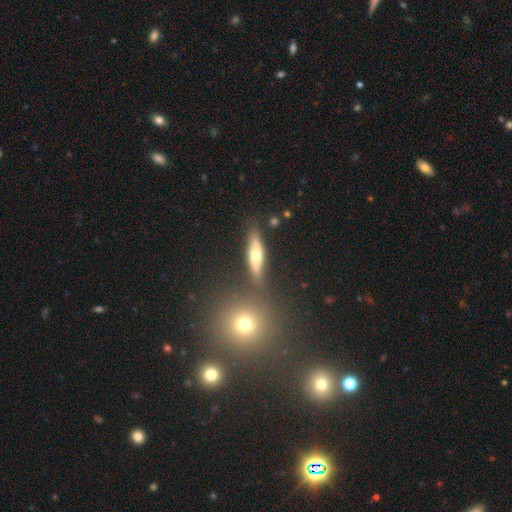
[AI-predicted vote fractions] smooth_or_featured: featured or disk (p=0.47) [alt: smooth p=0.43]
merging: none (p=0.78) [alt: minor disturbance p=0.11]